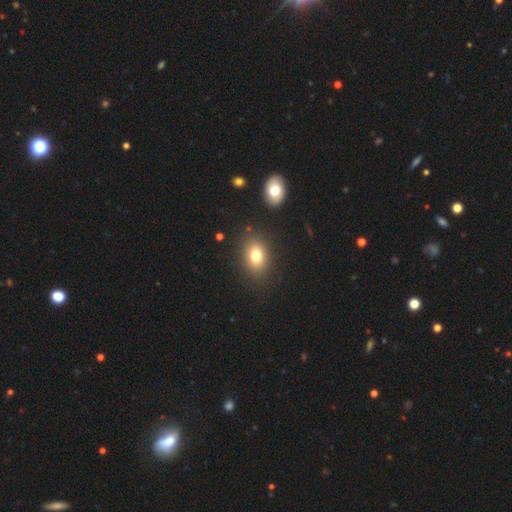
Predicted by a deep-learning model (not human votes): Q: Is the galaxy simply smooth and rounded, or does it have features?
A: smooth — 77%.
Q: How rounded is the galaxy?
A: in between — 67%.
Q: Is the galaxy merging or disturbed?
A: none — 84%.